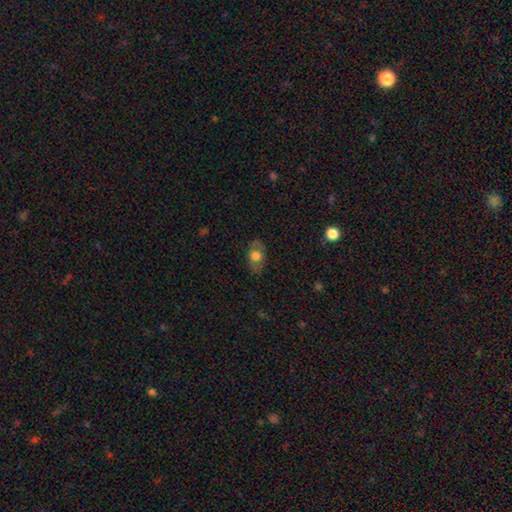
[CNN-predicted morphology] Overall: smooth (64%; featured or disk 28%). How rounded: in between (83%). Merging: none (77%).